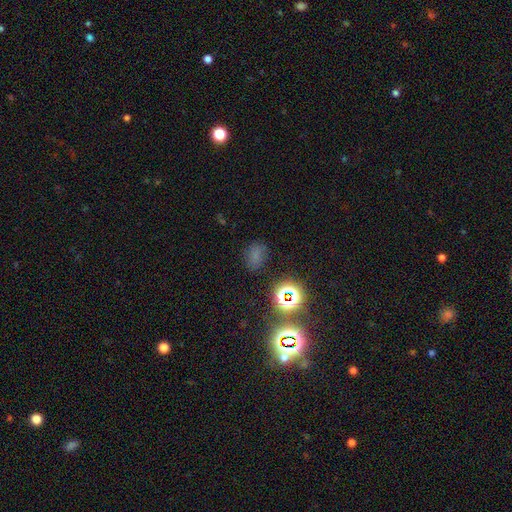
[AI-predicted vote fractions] Overall: smooth (54%; star or artifact 37%). How rounded: in between (63%; round 35%). Merging: none (73%).